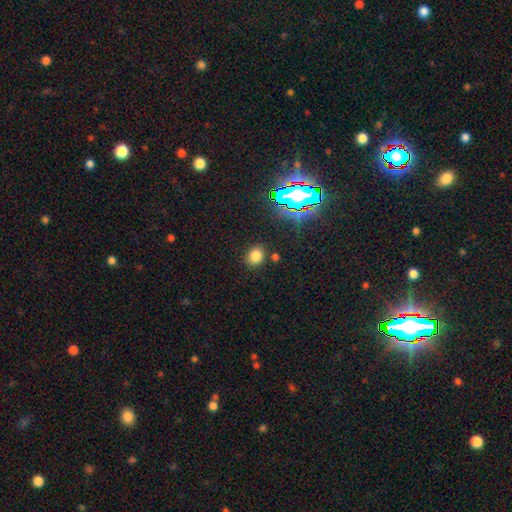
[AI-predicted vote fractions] Smooth or featured? Predicted: smooth (p=0.76). How rounded? Predicted: round (p=0.56). Merging? Predicted: none (p=0.83).